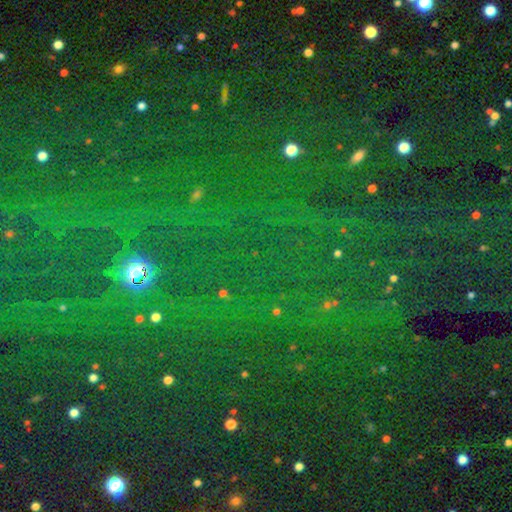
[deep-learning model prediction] smooth-or-featured: star or artifact: 82% | smooth: 12% | featured or disk: 7%